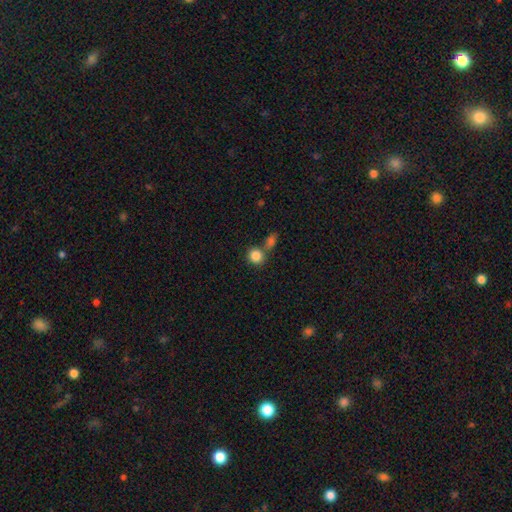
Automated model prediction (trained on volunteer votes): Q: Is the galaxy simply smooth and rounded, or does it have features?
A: smooth — 85%.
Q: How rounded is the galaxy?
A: round — 84%.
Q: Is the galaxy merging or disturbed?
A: none — 56%.